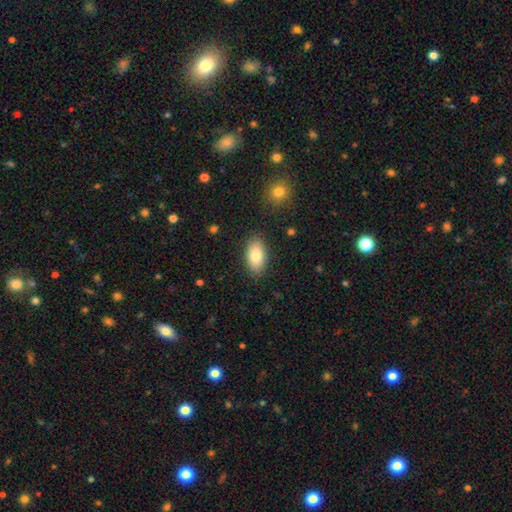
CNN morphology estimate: smooth 81%, featured or disk 12%, star or artifact 7%. Down the decision tree: how rounded — in between (93%); merging — none (86%).